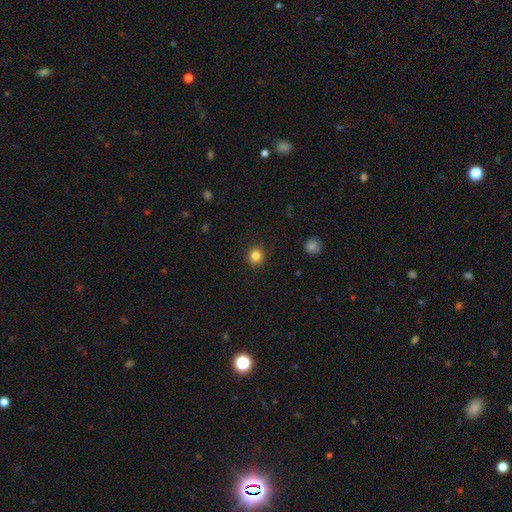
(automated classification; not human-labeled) This is clearly a smooth galaxy (84%). How rounded: clearly round (92%). Merging: clearly none (92%).